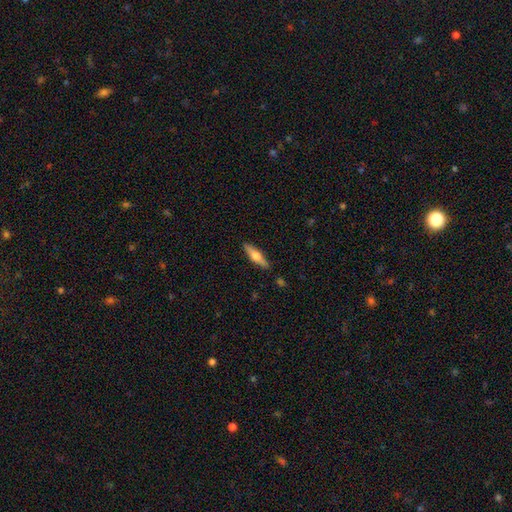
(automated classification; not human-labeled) Q: Smooth or featured?
A: smooth (50%); runner-up: featured or disk (44%)
Q: How rounded?
A: cigar-shaped (70%); runner-up: in between (28%)
Q: Merging?
A: none (88%); runner-up: minor disturbance (9%)